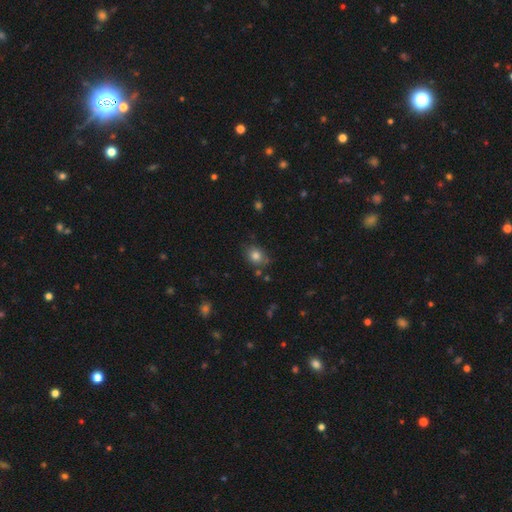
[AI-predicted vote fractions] smooth 81%, star or artifact 11%, featured or disk 8%. Down the decision tree: how rounded — round (50%); merging — none (73%).